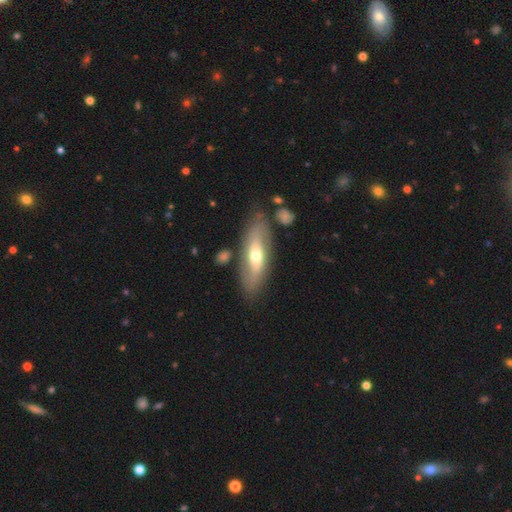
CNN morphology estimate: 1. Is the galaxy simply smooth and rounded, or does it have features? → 54% featured or disk, 41% smooth, 5% star or artifact.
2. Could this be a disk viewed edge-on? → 69% no, 31% yes.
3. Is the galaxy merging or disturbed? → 76% none, 15% minor disturbance, 5% major disturbance, 5% merger.